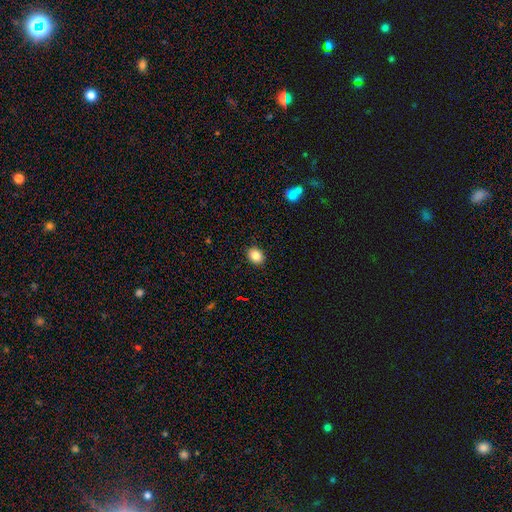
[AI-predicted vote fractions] Overall: smooth (84%). How rounded: round (50%; in between 49%). Merging: none (90%).